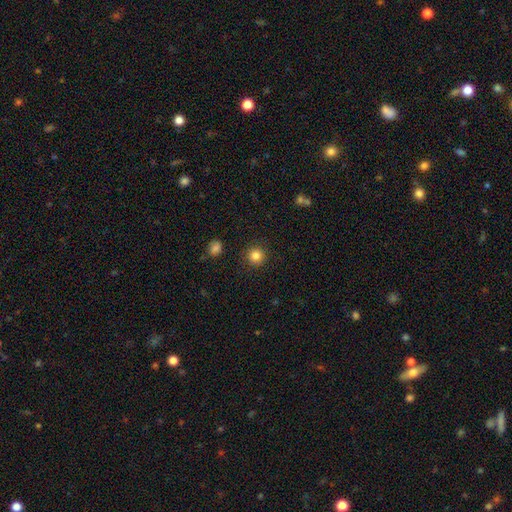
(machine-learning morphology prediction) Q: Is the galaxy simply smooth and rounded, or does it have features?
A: smooth — 84%.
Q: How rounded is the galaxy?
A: round — 94%.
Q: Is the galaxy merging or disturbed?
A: none — 91%.